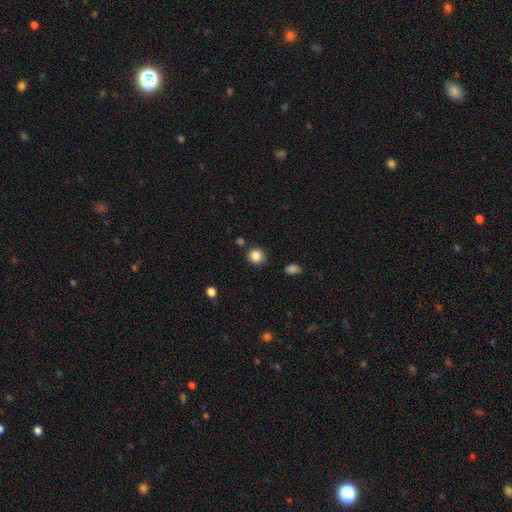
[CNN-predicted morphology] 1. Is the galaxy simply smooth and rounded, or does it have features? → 85% smooth, 10% star or artifact, 5% featured or disk.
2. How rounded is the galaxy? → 84% round, 15% in between, 1% cigar-shaped.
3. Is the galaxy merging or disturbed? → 80% none, 13% minor disturbance, 3% merger, 3% major disturbance.